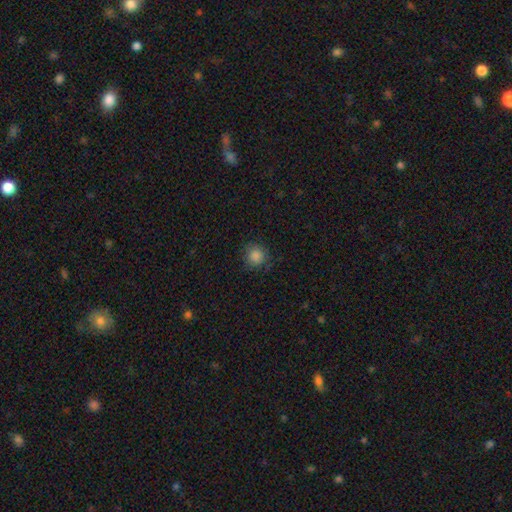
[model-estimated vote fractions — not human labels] This appears to be a smooth galaxy with no disk features (85%) that is round (92%). Merging: none (84%).